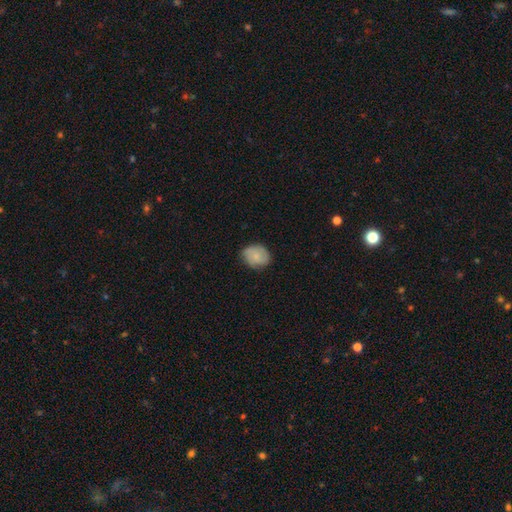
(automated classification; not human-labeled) Smooth or featured? smooth (69%)
How rounded? round (51%)
Merging? none (75%)